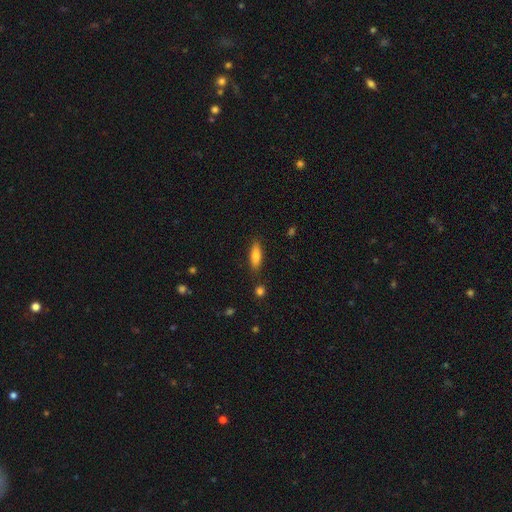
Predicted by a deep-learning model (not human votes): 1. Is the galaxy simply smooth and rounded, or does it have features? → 78% smooth, 15% featured or disk, 7% star or artifact.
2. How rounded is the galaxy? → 50% in between, 48% cigar-shaped, 2% round.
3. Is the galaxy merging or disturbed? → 84% none, 11% minor disturbance, 3% merger, 3% major disturbance.